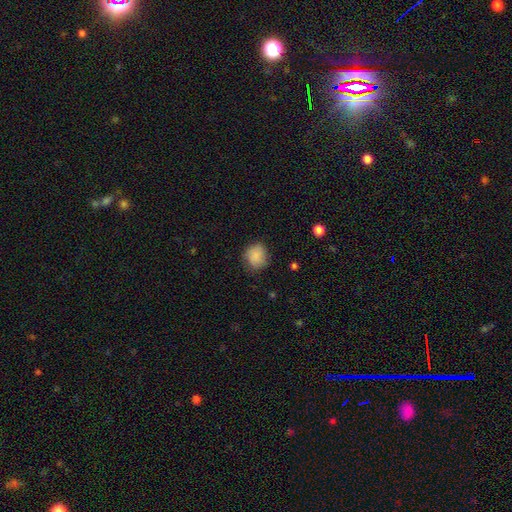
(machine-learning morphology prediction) Smooth or featured: smooth — 86% (star or artifact — 8%)
How rounded: round — 69% (in between — 30%)
Merging: none — 75% (minor disturbance — 19%)